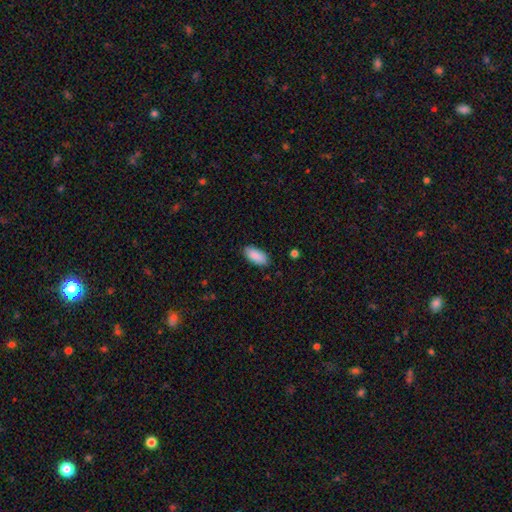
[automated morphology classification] type=smooth (90%); roundness=in between (91%); merging=none (86%).